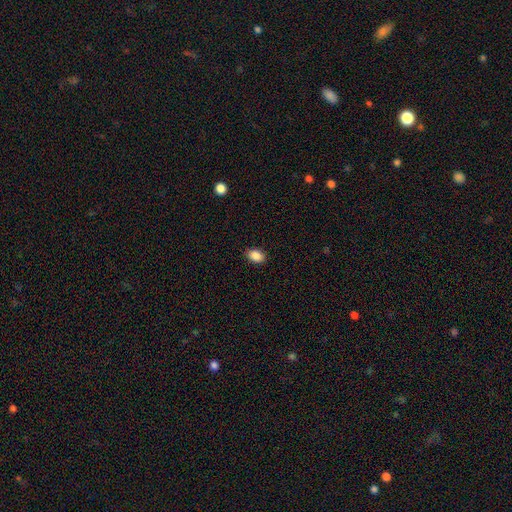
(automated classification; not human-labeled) A smooth galaxy with no disk features (89%) that is in between round and cigar-shaped (85%).

Vote fractions:
- Smooth or featured? smooth: 89% / star or artifact: 8% / featured or disk: 3%
- How rounded? in between: 85% / round: 13% / cigar-shaped: 1%
- Merging? none: 89% / minor disturbance: 8% / major disturbance: 2% / merger: 1%